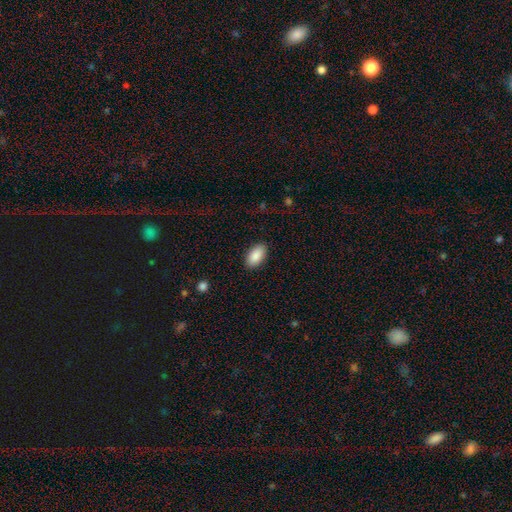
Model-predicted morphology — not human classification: smooth_or_featured: smooth (p=0.89) [alt: star or artifact p=0.06]
how_rounded: in between (p=0.95) [alt: round p=0.03]
merging: none (p=0.88) [alt: minor disturbance p=0.08]